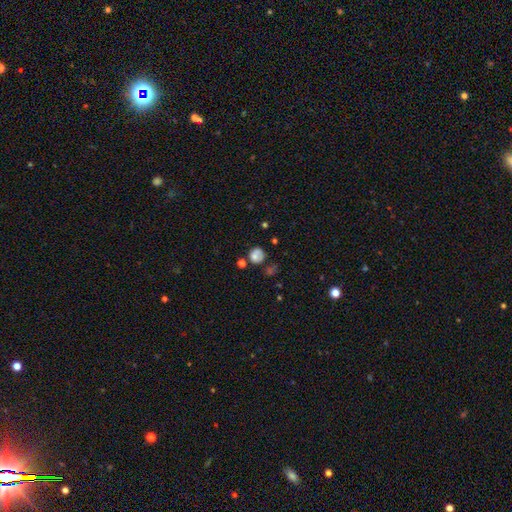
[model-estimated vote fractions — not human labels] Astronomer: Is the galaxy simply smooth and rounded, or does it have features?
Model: smooth — 66%.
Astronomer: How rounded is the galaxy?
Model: round — 78%.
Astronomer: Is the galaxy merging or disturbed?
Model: none — 54%.